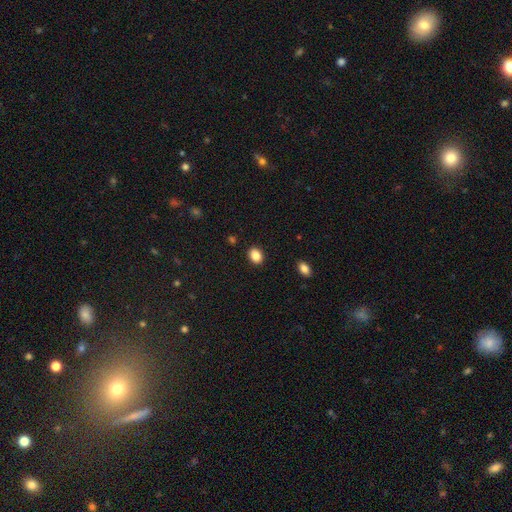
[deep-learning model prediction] Overall: smooth (86%). How rounded: in between (61%; round 38%). Merging: none (89%).